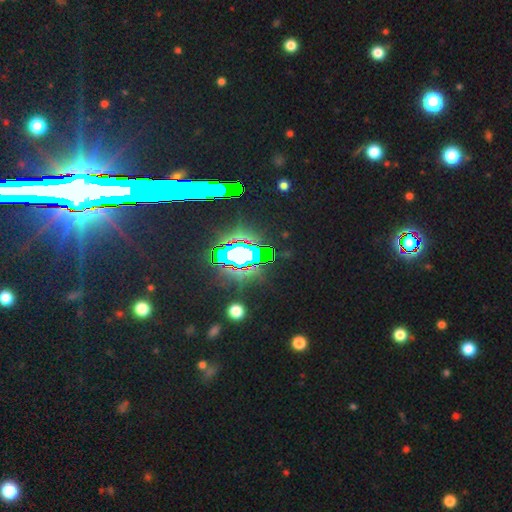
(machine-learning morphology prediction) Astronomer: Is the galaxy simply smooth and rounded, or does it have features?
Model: star or artifact — 68%.